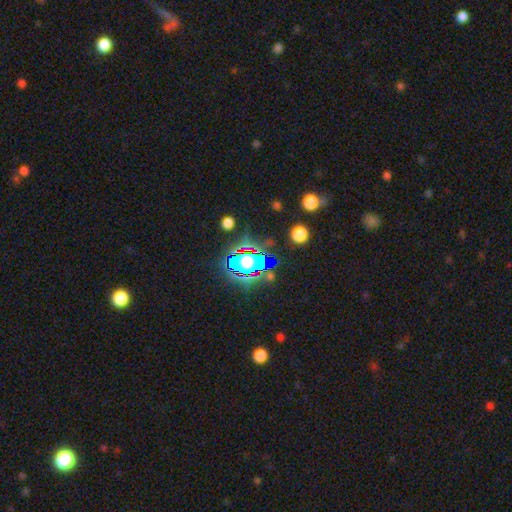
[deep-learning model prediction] The model was most divided on "smooth or featured": star or artifact: 81%, smooth: 11%, featured or disk: 7%.